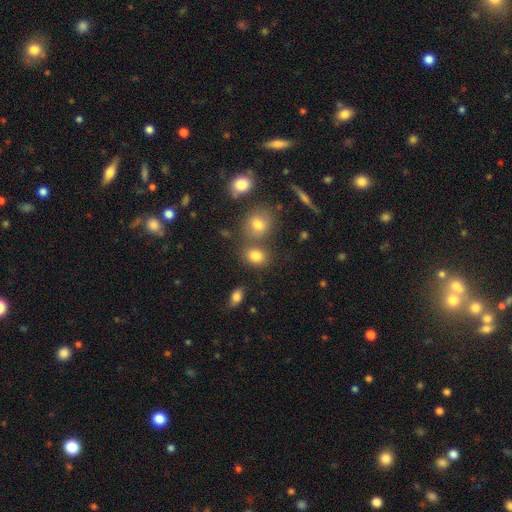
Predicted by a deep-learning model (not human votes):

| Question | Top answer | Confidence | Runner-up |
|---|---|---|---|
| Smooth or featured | smooth | 80% | star or artifact (12%) |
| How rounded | in between | 51% | round (48%) |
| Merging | none | 64% | merger (21%) |